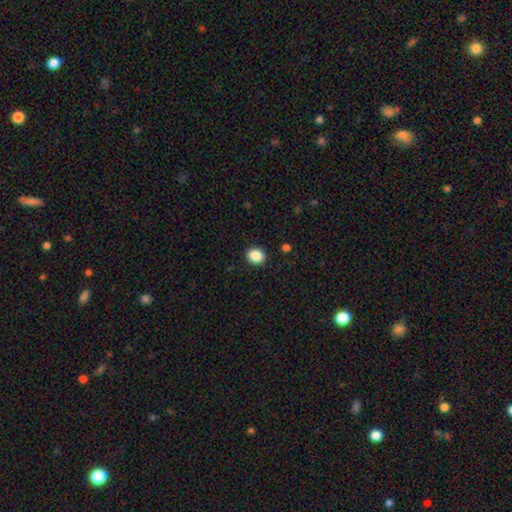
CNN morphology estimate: Smooth or featured? smooth (87%)
How rounded? round (72%)
Merging? none (91%)